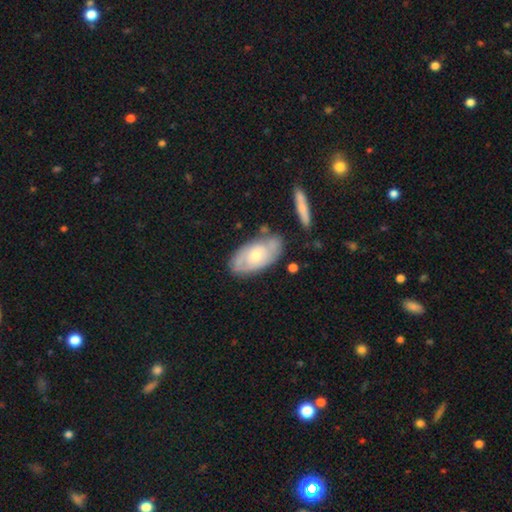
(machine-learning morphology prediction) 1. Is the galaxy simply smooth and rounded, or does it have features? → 53% featured or disk, 41% smooth, 6% star or artifact.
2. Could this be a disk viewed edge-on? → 90% no, 10% yes.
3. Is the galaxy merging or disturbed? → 67% none, 21% minor disturbance, 6% merger, 6% major disturbance.